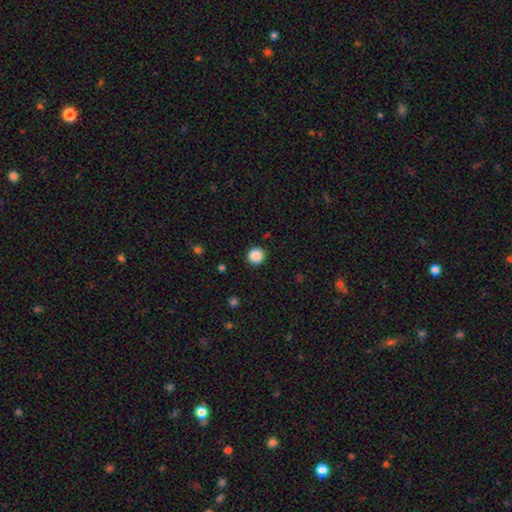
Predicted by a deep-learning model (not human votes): smooth_or_featured: smooth (p=0.87) [alt: star or artifact p=0.10]
how_rounded: round (p=0.93) [alt: in between p=0.06]
merging: none (p=0.92) [alt: minor disturbance p=0.05]